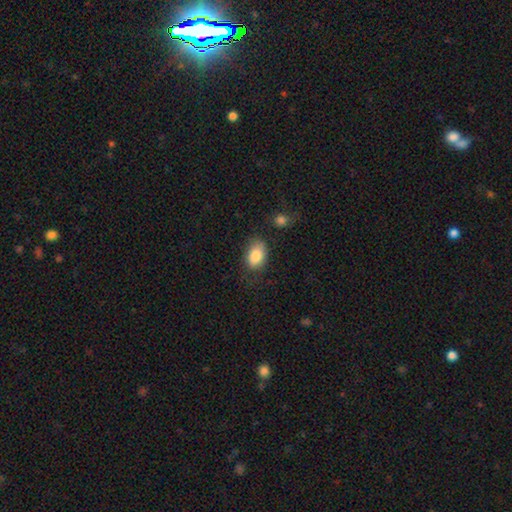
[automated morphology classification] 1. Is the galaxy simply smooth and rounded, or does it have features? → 85% smooth, 8% featured or disk, 7% star or artifact.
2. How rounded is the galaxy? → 86% in between, 13% round, 1% cigar-shaped.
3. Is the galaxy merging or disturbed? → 68% none, 21% minor disturbance, 7% major disturbance, 4% merger.